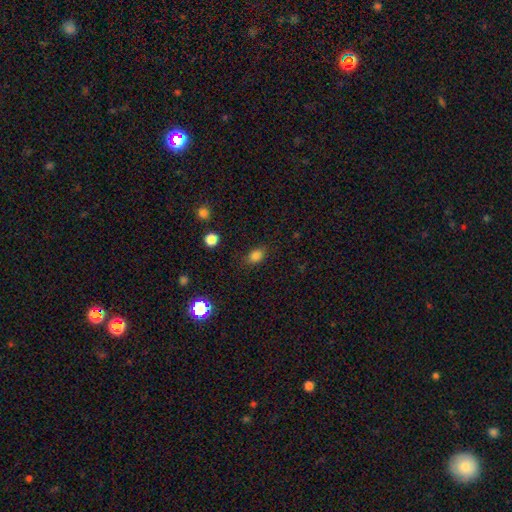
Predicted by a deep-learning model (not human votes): smooth 82%, star or artifact 13%, featured or disk 5%. Down the decision tree: how rounded — in between (73%); merging — none (78%).